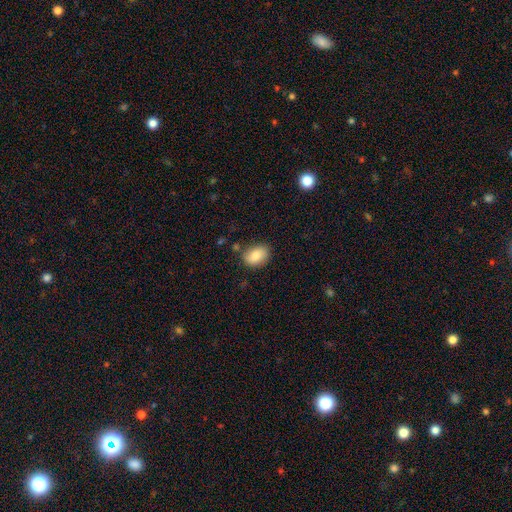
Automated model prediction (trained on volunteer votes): Smooth or featured? smooth (82%)
How rounded? in between (74%)
Merging? none (77%)